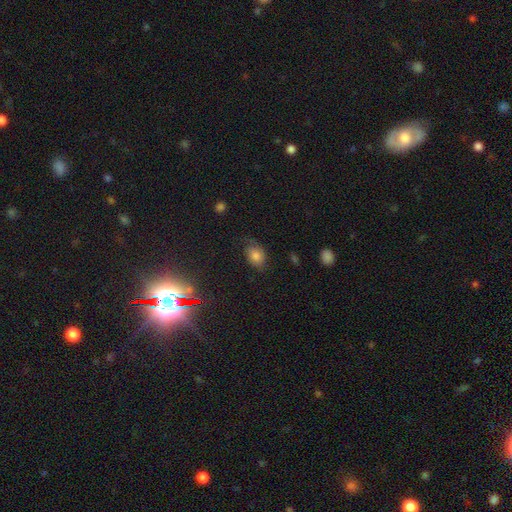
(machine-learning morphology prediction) Smooth or featured? smooth (59%)
How rounded? in between (73%)
Merging? none (58%)